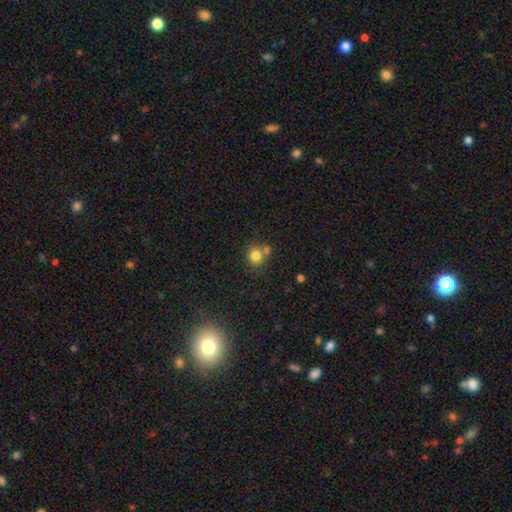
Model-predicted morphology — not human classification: smooth-or-featured: smooth: 81% | star or artifact: 12% | featured or disk: 8%
  how-rounded: round: 88% | in between: 11% | cigar-shaped: 1%
  merging: none: 60% | merger: 26% | minor disturbance: 10% | major disturbance: 3%